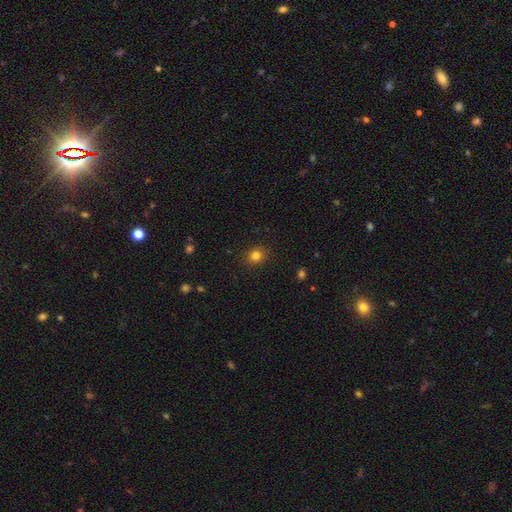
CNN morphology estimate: Smooth or featured?
  - smooth: 81% *
  - star or artifact: 13%
  - featured or disk: 6%
How rounded?
  - round: 73% *
  - in between: 26%
  - cigar-shaped: 1%
Merging?
  - none: 89% *
  - minor disturbance: 7%
  - major disturbance: 2%
  - merger: 1%